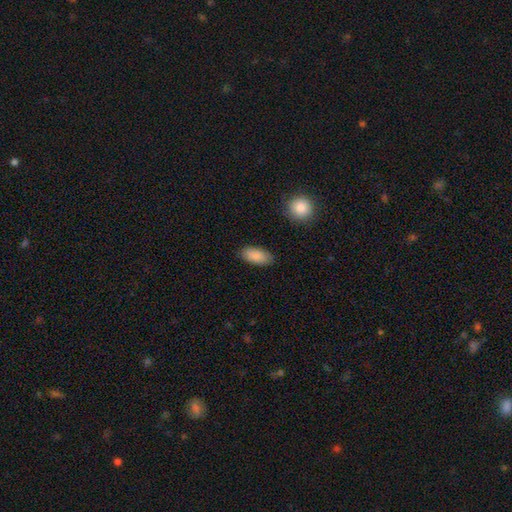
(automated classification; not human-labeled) Smooth or featured: smooth — 89% (star or artifact — 7%)
How rounded: in between — 90% (cigar-shaped — 8%)
Merging: none — 86% (minor disturbance — 10%)